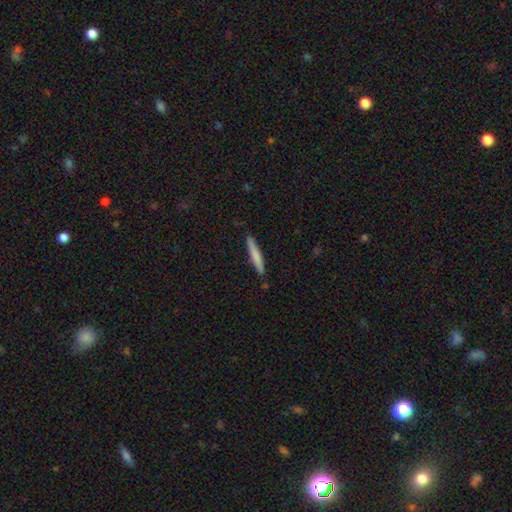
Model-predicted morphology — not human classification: Overall: smooth (74%). How rounded: cigar-shaped (95%). Merging: none (87%).